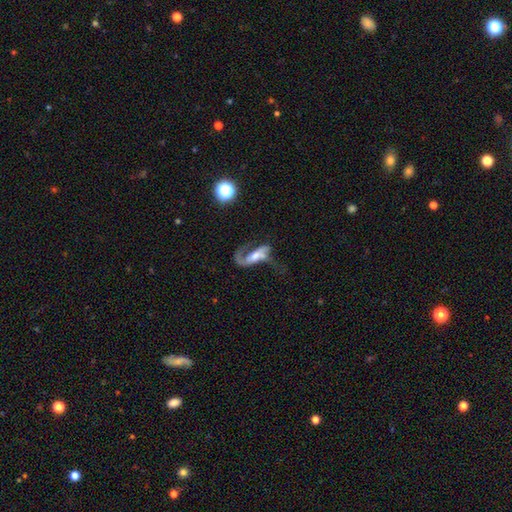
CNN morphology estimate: Q: Smooth or featured?
A: featured or disk (74%); runner-up: smooth (18%)
Q: Edge-on disk?
A: no (90%); runner-up: yes (10%)
Q: Bar?
A: no (41%); runner-up: weak (34%)
Q: Spiral arms?
A: yes (85%); runner-up: no (15%)
Q: Spiral winding?
A: loose (68%); runner-up: medium (24%)
Q: Spiral arm count?
A: 2 (64%); runner-up: 1 (27%)
Q: Bulge size?
A: moderate (51%); runner-up: small (27%)
Q: Merging?
A: major disturbance (41%); runner-up: none (31%)